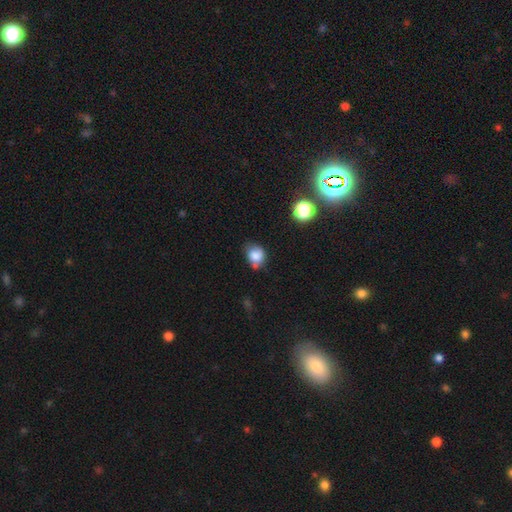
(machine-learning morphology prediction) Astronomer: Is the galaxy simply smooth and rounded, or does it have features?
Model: smooth — 81%.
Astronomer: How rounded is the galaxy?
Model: round — 61% (runner-up: in between, 38%).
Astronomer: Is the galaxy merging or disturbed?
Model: none — 48% (runner-up: minor disturbance, 32%).